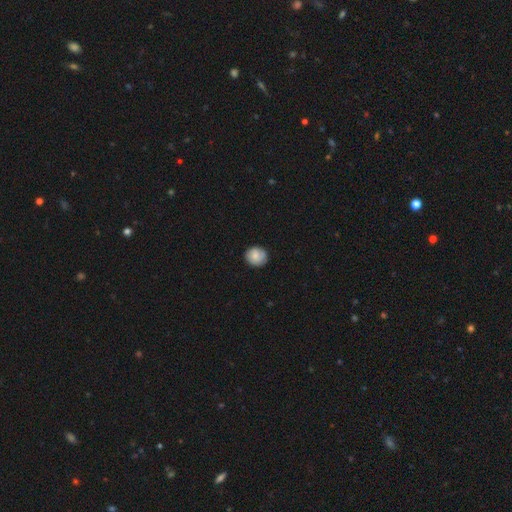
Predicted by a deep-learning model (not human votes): Smooth or featured? Predicted: smooth (p=0.79). How rounded? Predicted: round (p=0.83). Merging? Predicted: none (p=0.83).